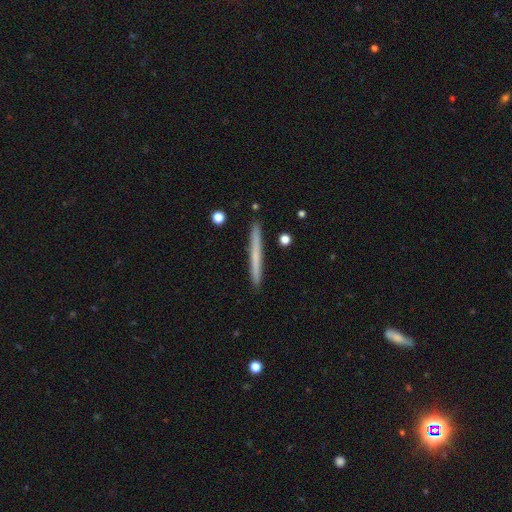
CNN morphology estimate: The model was most divided on "smooth or featured": smooth: 60%, featured or disk: 35%, star or artifact: 6%. More confident: how rounded — cigar-shaped (97%); merging — none (92%).